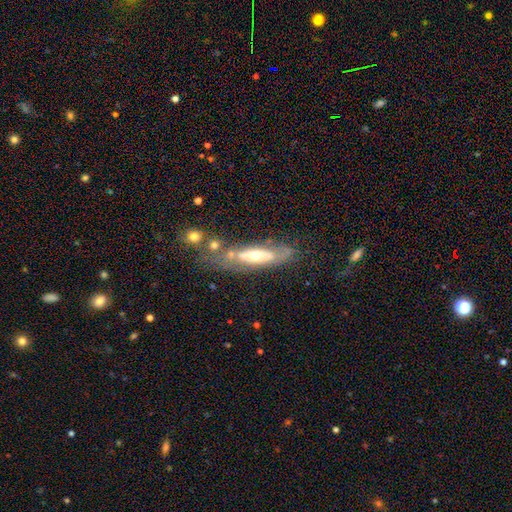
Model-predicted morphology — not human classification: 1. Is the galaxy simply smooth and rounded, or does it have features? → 65% featured or disk, 27% smooth, 8% star or artifact.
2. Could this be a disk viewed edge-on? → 68% no, 32% yes.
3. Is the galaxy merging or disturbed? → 53% none, 21% minor disturbance, 13% major disturbance, 12% merger.